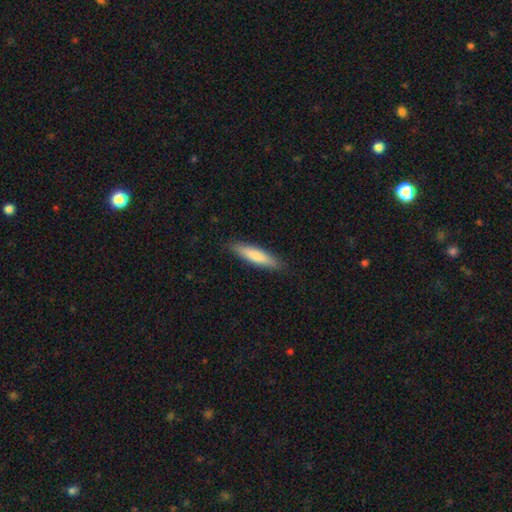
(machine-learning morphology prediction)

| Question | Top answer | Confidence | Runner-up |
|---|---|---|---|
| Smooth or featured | smooth | 79% | featured or disk (16%) |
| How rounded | cigar-shaped | 79% | in between (19%) |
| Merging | none | 88% | minor disturbance (9%) |